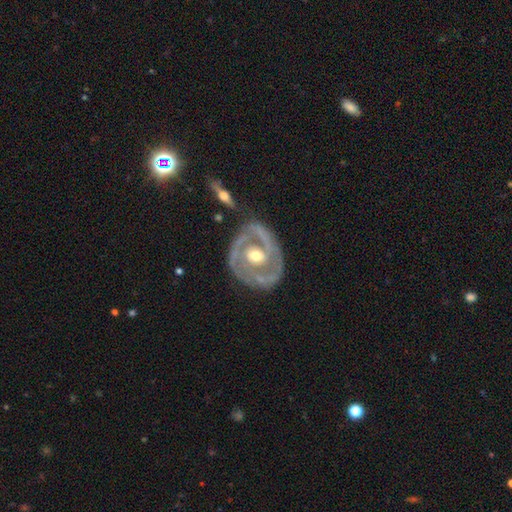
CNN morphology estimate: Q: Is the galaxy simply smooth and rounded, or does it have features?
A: featured or disk — 82%.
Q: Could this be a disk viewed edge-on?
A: no — 96%.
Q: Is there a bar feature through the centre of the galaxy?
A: no — 69%.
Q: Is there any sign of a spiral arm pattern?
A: yes — 68%.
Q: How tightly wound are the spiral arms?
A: tight — 60%.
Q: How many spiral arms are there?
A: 2 — 48%.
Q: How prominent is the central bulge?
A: moderate — 70%.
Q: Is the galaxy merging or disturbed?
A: none — 68%.